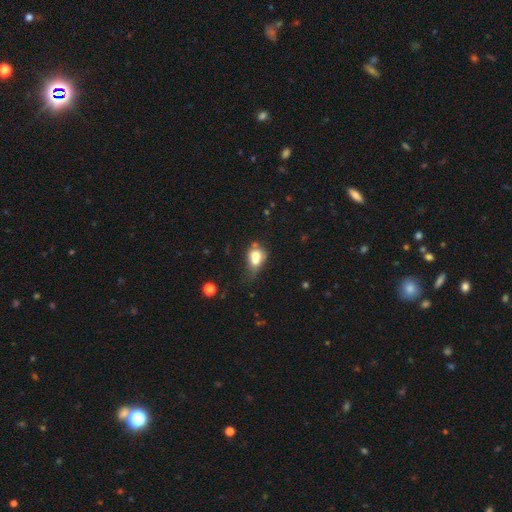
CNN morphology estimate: Q: Smooth or featured?
A: smooth (65%); runner-up: featured or disk (23%)
Q: How rounded?
A: in between (56%); runner-up: round (42%)
Q: Merging?
A: merger (48%); runner-up: none (20%)